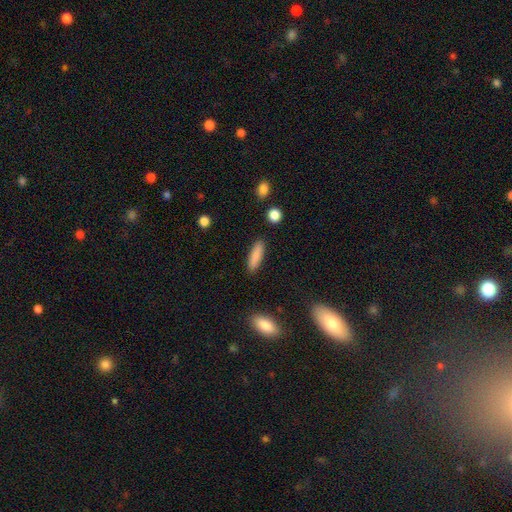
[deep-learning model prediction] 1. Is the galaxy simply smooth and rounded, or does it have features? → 86% smooth, 8% featured or disk, 6% star or artifact.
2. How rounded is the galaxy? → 70% cigar-shaped, 29% in between, 2% round.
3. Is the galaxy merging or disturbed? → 89% none, 7% minor disturbance, 2% major disturbance, 2% merger.